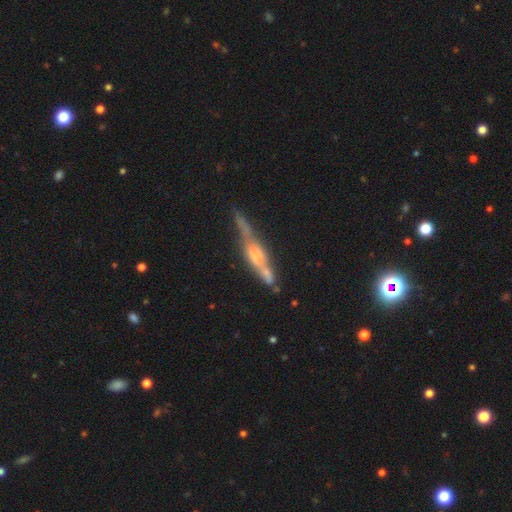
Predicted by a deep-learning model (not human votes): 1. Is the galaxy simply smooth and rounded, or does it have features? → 73% featured or disk, 18% smooth, 8% star or artifact.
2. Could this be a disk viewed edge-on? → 87% yes, 13% no.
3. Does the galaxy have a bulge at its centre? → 50% rounded, 36% boxy, 14% none.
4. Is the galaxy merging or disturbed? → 58% none, 22% minor disturbance, 10% major disturbance, 10% merger.